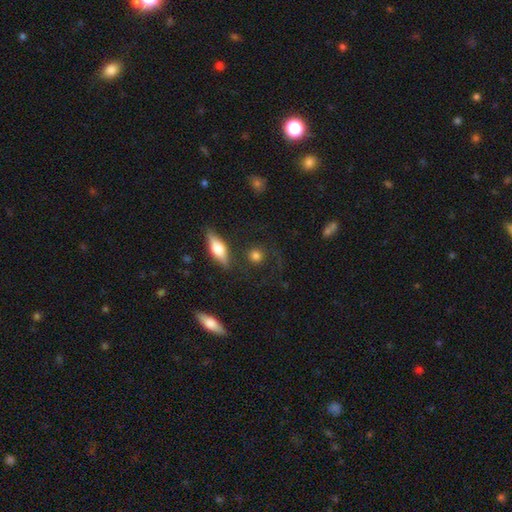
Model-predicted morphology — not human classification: type=smooth (71%); roundness=round (84%); merging=none (76%).